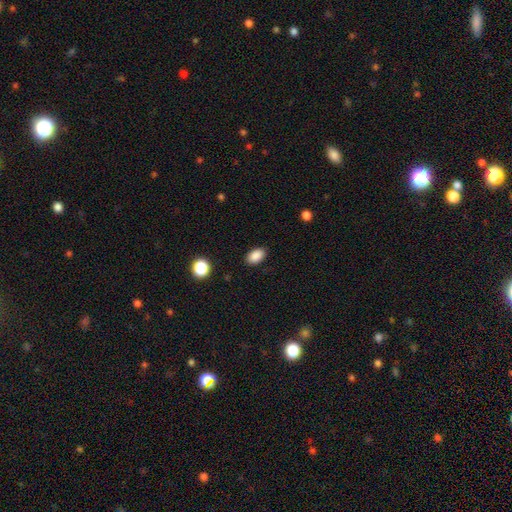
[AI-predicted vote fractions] A smooth galaxy with no disk features (88%) that is in between round and cigar-shaped (88%). Merging: none (88%).